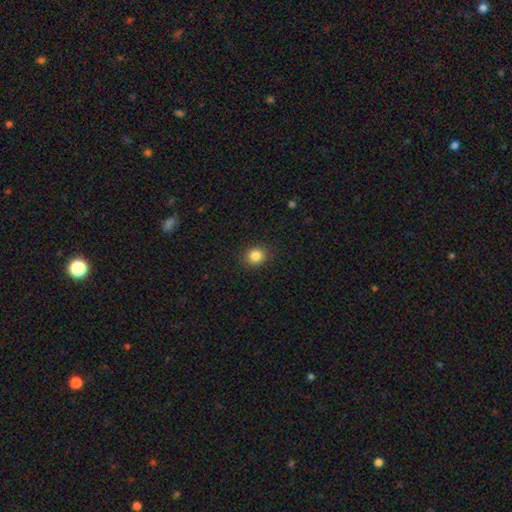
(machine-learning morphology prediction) This is clearly a smooth galaxy (85%). How rounded: likely round (77%). Merging: clearly none (89%).